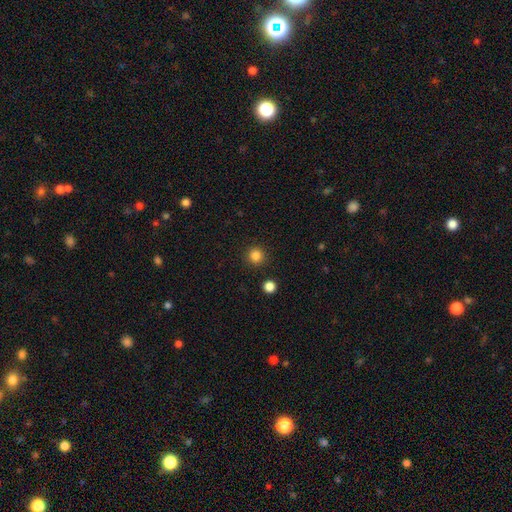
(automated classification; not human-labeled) This appears to be a smooth galaxy with no disk features (84%) that is round (95%). Merging: none (92%).